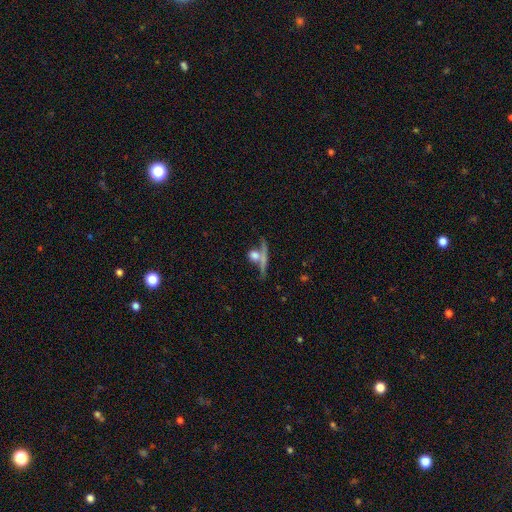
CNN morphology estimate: smooth 59%, featured or disk 30%, star or artifact 12%. Down the decision tree: how rounded — round (52%); merging — none (45%).